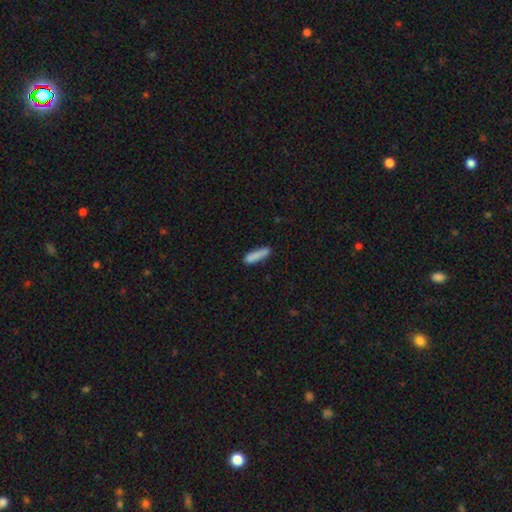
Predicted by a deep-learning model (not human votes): A smooth galaxy with no disk features (85%) that is cigar-shaped (79%). Merging: none (76%).